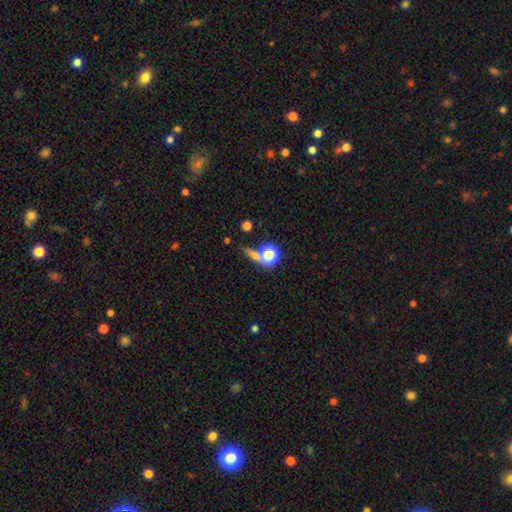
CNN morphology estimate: The model was most divided on "merging": none: 50%, merger: 29%, minor disturbance: 11%, major disturbance: 9%. More confident: smooth or featured — smooth (63%); how rounded — round (54%).